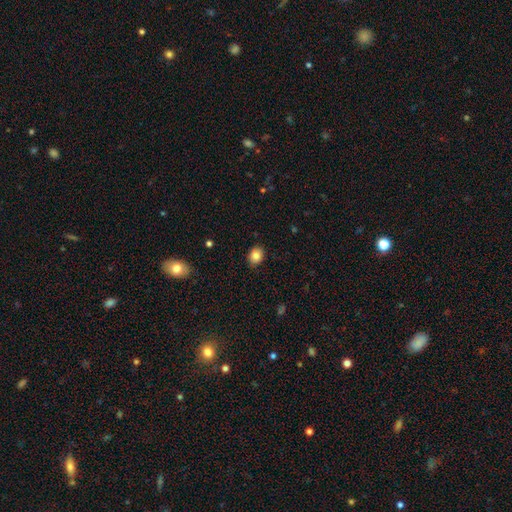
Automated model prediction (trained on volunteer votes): Smooth or featured: smooth — 85% (star or artifact — 9%)
How rounded: in between — 52% (round — 47%)
Merging: none — 87% (minor disturbance — 10%)